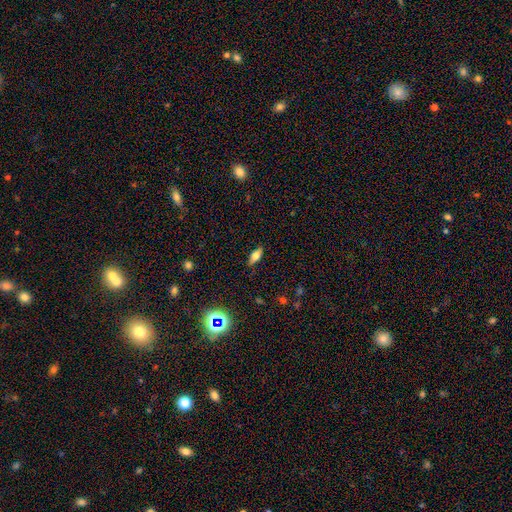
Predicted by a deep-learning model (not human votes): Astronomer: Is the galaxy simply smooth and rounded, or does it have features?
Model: smooth — 56% (runner-up: featured or disk, 33%).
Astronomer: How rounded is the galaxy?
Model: in between — 70%.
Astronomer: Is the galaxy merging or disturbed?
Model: none — 85%.